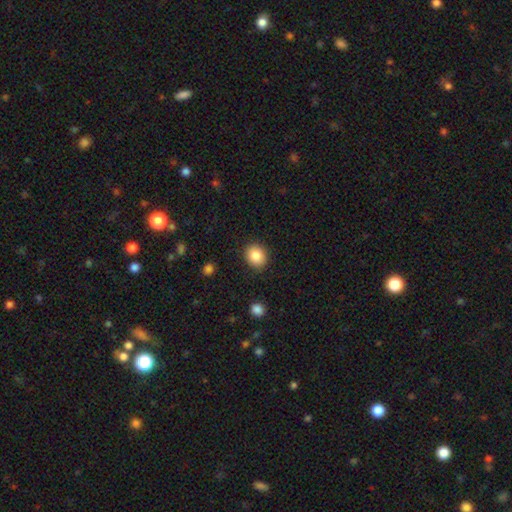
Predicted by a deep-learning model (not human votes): The model was most divided on "how rounded": round: 64%, in between: 36%, cigar-shaped: 1%. More confident: merging — none (89%); smooth or featured — smooth (86%).